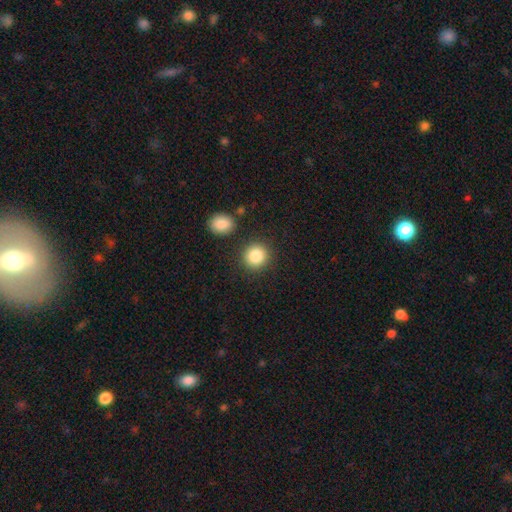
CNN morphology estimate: Q: Smooth or featured?
A: smooth (86%); runner-up: star or artifact (9%)
Q: How rounded?
A: round (89%); runner-up: in between (10%)
Q: Merging?
A: none (85%); runner-up: minor disturbance (7%)